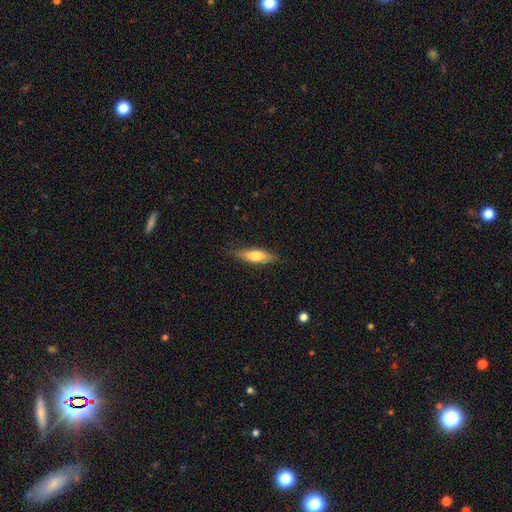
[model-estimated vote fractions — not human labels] Smooth or featured? smooth (69%)
How rounded? cigar-shaped (56%)
Merging? none (81%)